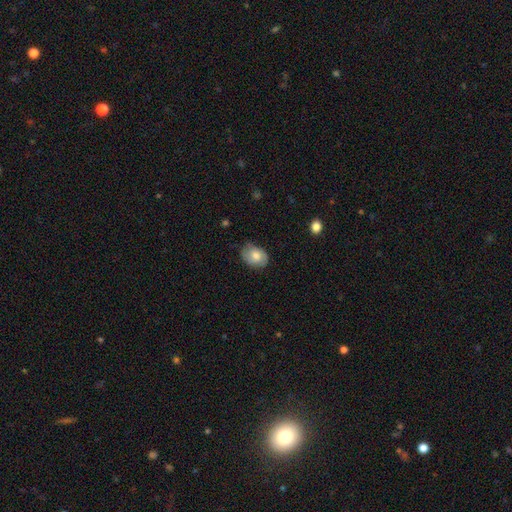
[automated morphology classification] Q: Smooth or featured?
A: smooth (67%); runner-up: featured or disk (25%)
Q: How rounded?
A: in between (69%); runner-up: round (30%)
Q: Merging?
A: none (69%); runner-up: minor disturbance (25%)